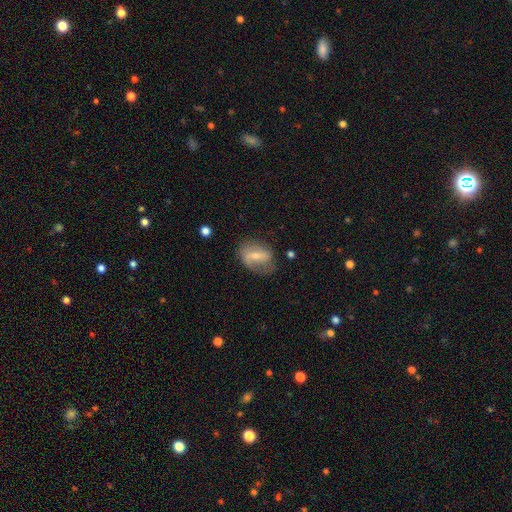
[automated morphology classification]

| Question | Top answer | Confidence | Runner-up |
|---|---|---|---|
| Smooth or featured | featured or disk | 54% | smooth (39%) |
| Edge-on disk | no | 94% | yes (6%) |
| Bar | weak | 40% | strong (39%) |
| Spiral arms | yes | 65% | no (35%) |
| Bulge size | small | 54% | moderate (38%) |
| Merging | none | 56% | minor disturbance (27%) |